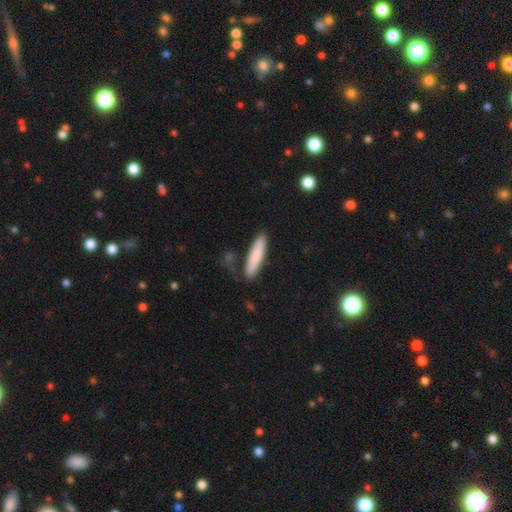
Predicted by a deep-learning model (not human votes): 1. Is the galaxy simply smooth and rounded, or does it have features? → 81% smooth, 13% featured or disk, 6% star or artifact.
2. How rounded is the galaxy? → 82% cigar-shaped, 17% in between, 1% round.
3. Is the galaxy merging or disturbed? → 78% none, 15% minor disturbance, 4% merger, 4% major disturbance.